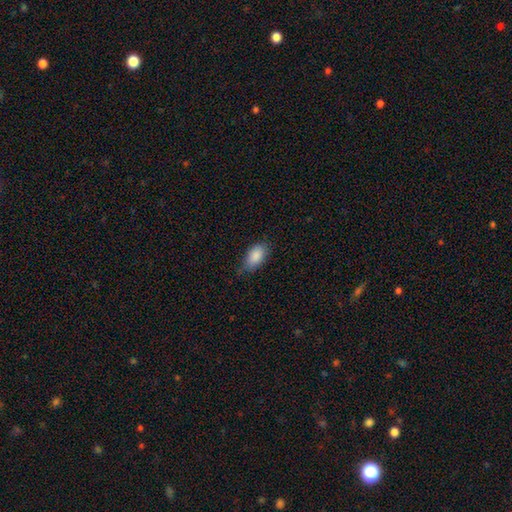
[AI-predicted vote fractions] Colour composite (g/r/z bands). It shows a smooth galaxy with no disk features (88%) that is in between round and cigar-shaped (93%). Merging: none (68%).